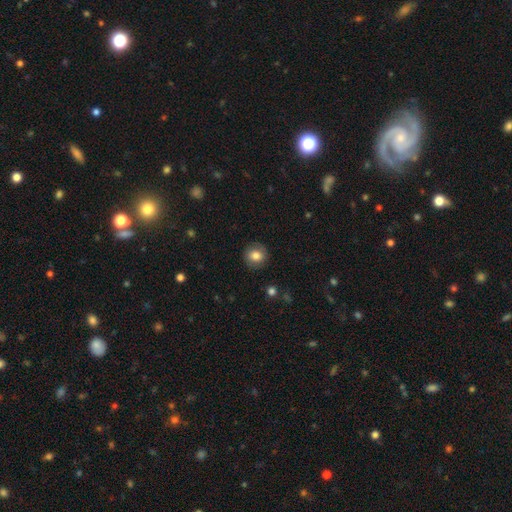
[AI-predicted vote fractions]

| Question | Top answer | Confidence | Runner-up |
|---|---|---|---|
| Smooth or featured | smooth | 79% | featured or disk (12%) |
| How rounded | round | 86% | in between (13%) |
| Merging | none | 88% | minor disturbance (9%) |